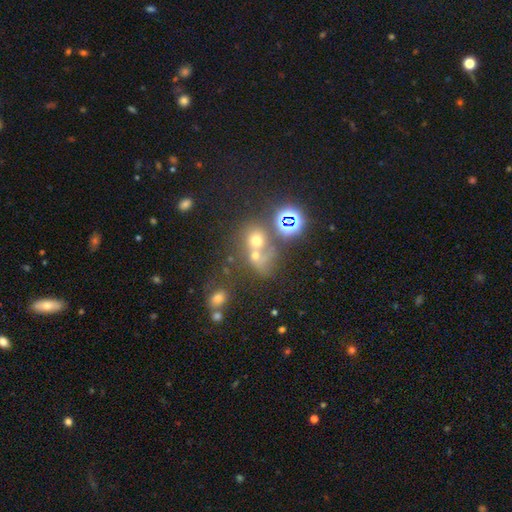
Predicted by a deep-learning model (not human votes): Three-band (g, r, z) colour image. It shows a smooth galaxy with no disk features (53%) that is round (66%). Merging: merger (53%).